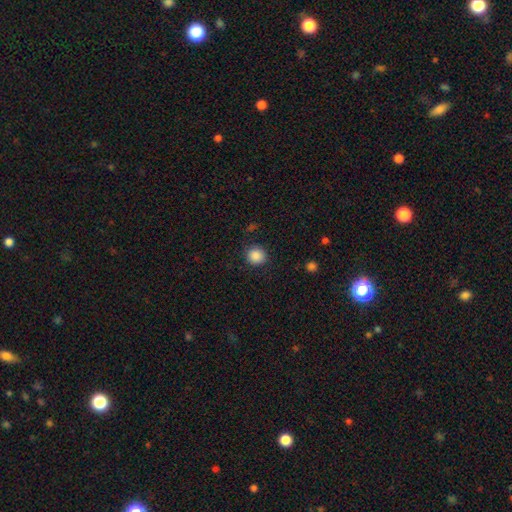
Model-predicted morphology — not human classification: Smooth or featured? smooth (87%)
How rounded? round (91%)
Merging? none (88%)